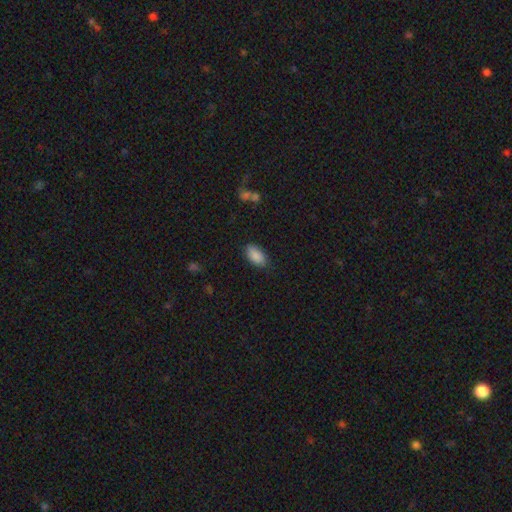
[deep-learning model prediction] A smooth galaxy with no disk features (88%) that is in between round and cigar-shaped (93%).

Vote fractions:
- Smooth or featured? smooth: 88% / star or artifact: 7% / featured or disk: 5%
- How rounded? in between: 93% / cigar-shaped: 4% / round: 3%
- Merging? none: 82% / minor disturbance: 14% / major disturbance: 3% / merger: 1%